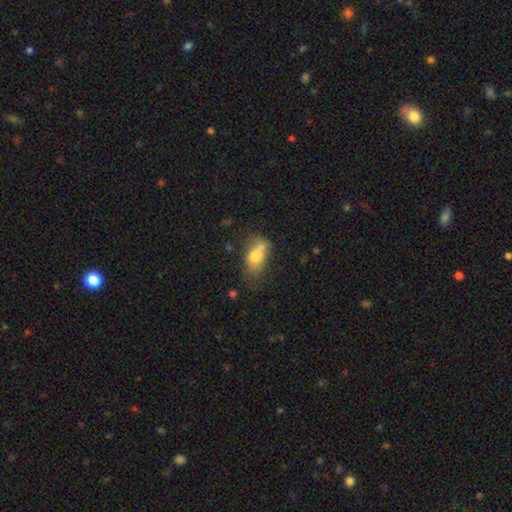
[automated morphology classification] type=smooth (72%); roundness=in between (88%); merging=none (45%).